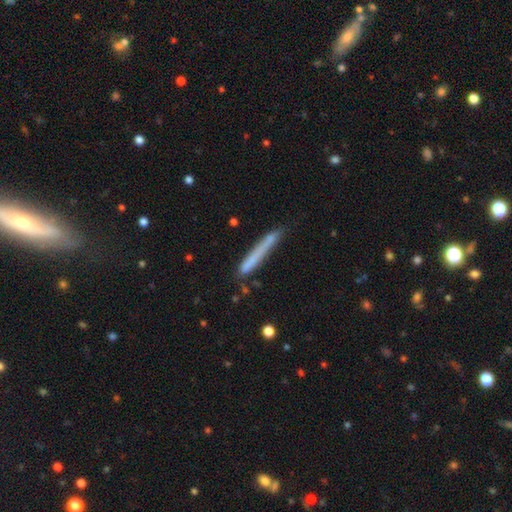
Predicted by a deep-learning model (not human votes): Morphology: type=smooth (66%); roundness=cigar-shaped (97%); merging=none (77%).